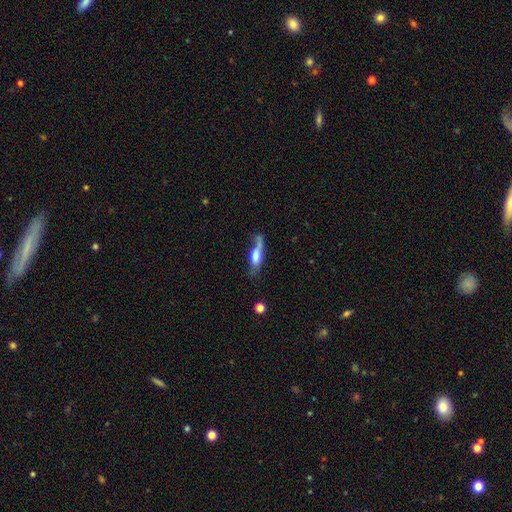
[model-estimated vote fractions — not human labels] The model was most divided on "how rounded": cigar-shaped: 54%, in between: 43%, round: 4%. Remaining: smooth or featured — smooth (54%); merging — none (40%).